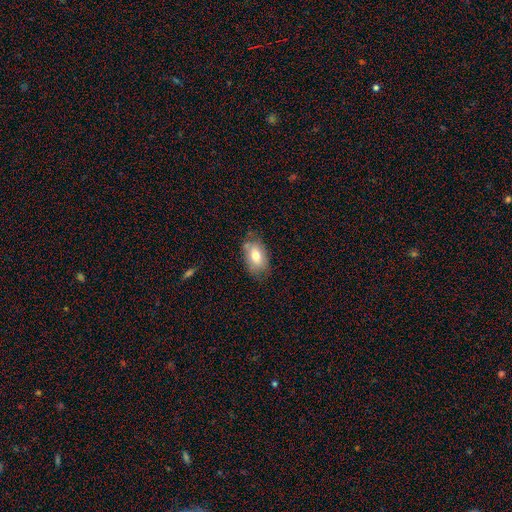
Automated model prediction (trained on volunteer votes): smooth_or_featured: smooth (p=0.73) [alt: featured or disk p=0.20]
how_rounded: in between (p=0.91) [alt: round p=0.07]
merging: none (p=0.71) [alt: minor disturbance p=0.22]